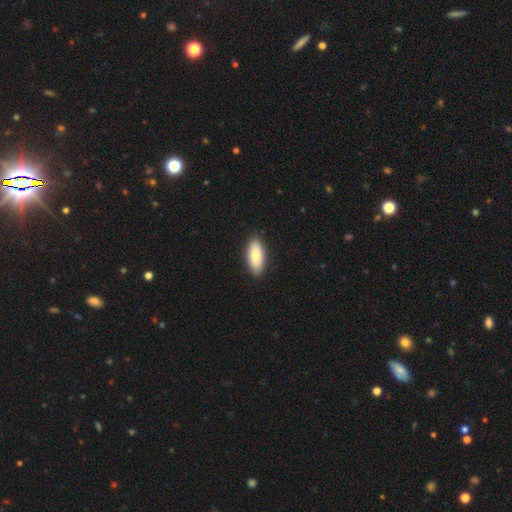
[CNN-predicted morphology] Q: Smooth or featured?
A: smooth (80%); runner-up: featured or disk (15%)
Q: How rounded?
A: in between (88%); runner-up: cigar-shaped (9%)
Q: Merging?
A: none (89%); runner-up: minor disturbance (8%)